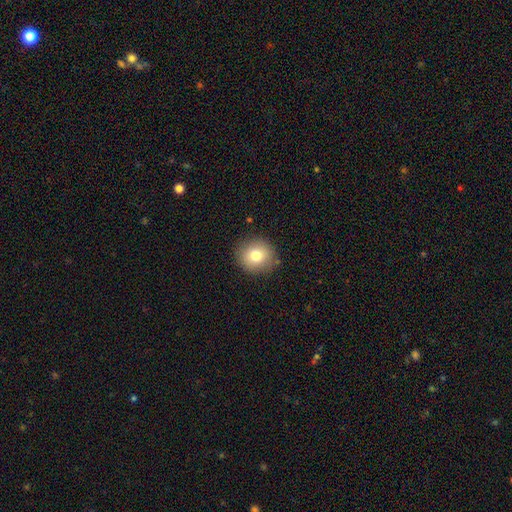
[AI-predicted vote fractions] smooth 79%, featured or disk 11%, star or artifact 10%. Down the decision tree: how rounded — round (87%); merging — none (87%).